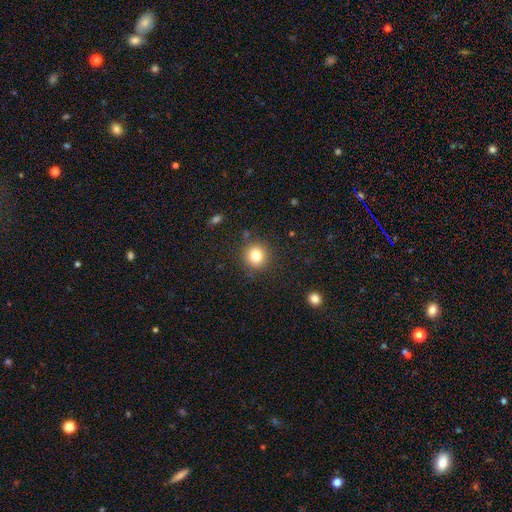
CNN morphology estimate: The model was most divided on "smooth or featured": smooth: 81%, star or artifact: 12%, featured or disk: 7%. More confident: how rounded — round (91%); merging — none (87%).